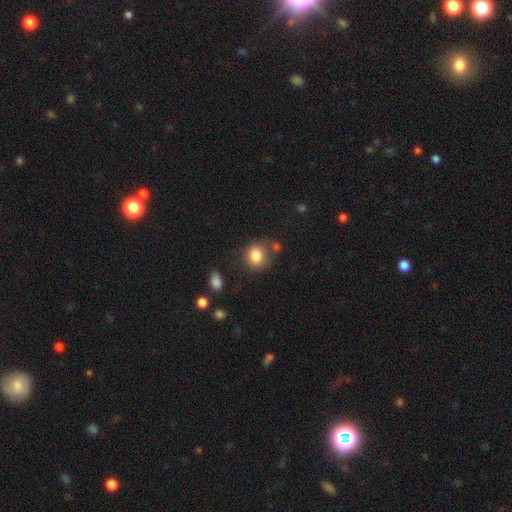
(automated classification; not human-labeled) This is clearly a smooth galaxy (84%). How rounded: likely round (79%). Merging: likely none (70%).